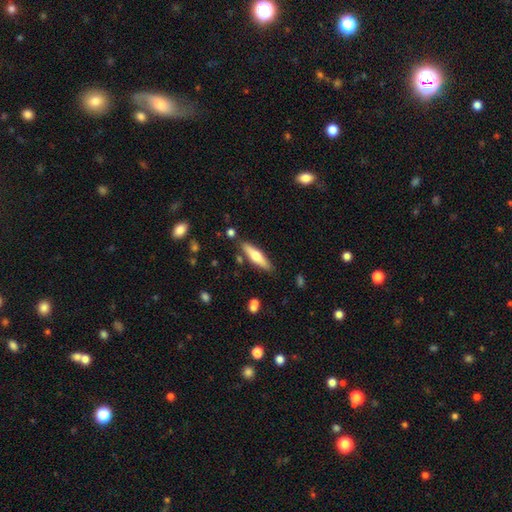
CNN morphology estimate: This is possibly a smooth galaxy (57%). How rounded: likely cigar-shaped (73%). Merging: clearly none (83%).